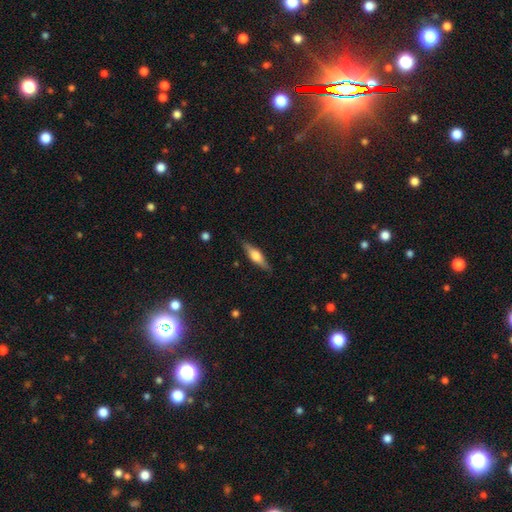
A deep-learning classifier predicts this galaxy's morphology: Overall: featured or disk (53%; smooth 40%). Edge-on disk: yes (95%). Edge-on bulge: rounded (87%). Merging: none (86%).